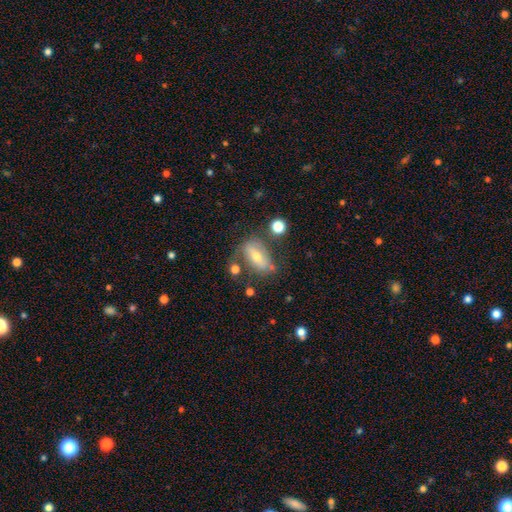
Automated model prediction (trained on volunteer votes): Smooth or featured?
  - smooth: 46% *
  - featured or disk: 44%
  - star or artifact: 10%
Merging?
  - none: 59% *
  - minor disturbance: 21%
  - major disturbance: 12%
  - merger: 8%